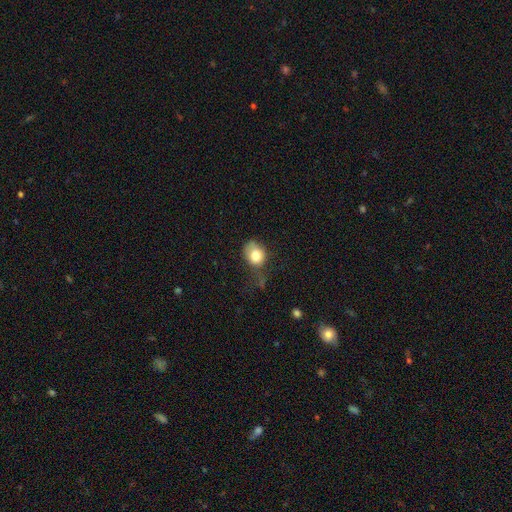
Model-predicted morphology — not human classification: This is likely a smooth galaxy (78%). How rounded: possibly round (50%). Merging: marginally none (42%).